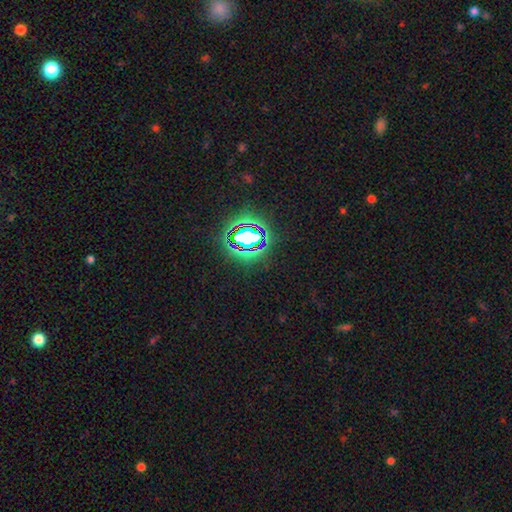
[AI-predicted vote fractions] Smooth or featured? Predicted: star or artifact (p=0.79).